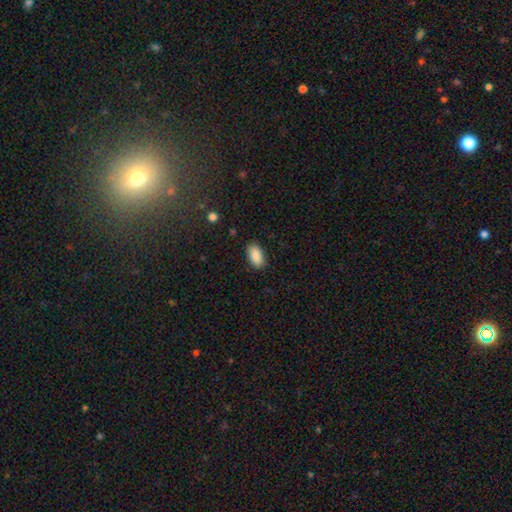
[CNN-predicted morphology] Overall: smooth (90%). How rounded: in between (94%). Merging: none (88%).